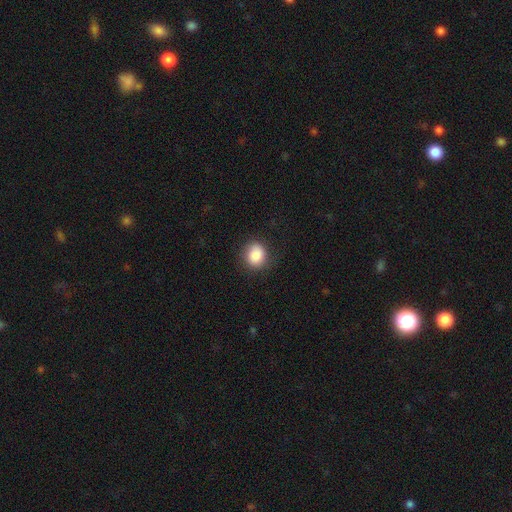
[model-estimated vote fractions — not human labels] Smooth or featured? smooth (86%)
How rounded? round (73%)
Merging? none (82%)